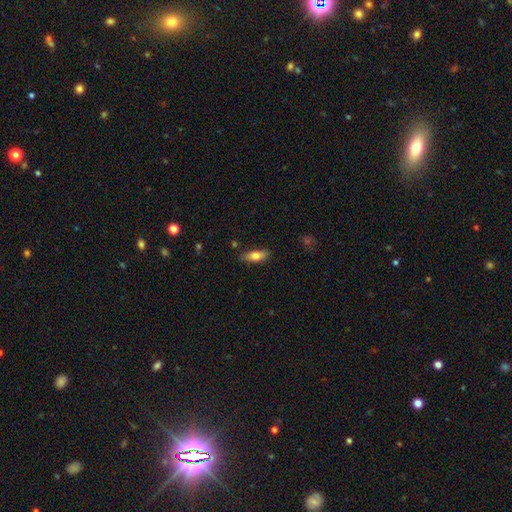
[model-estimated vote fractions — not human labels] smooth 73%, featured or disk 20%, star or artifact 7%. Down the decision tree: how rounded — in between (67%); merging — none (82%).